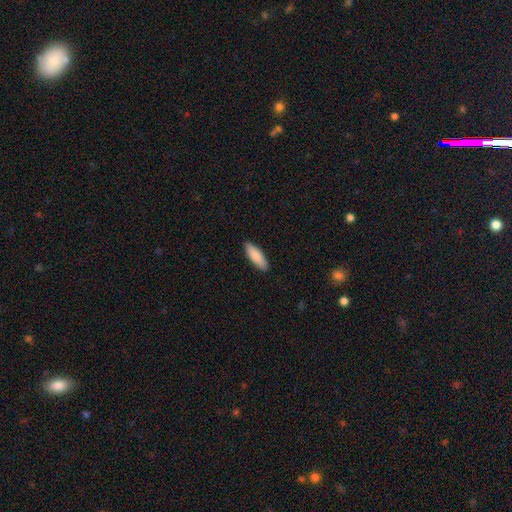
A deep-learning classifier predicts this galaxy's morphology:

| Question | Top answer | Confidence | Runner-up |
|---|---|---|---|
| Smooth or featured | smooth | 86% | featured or disk (8%) |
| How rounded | in between | 56% | cigar-shaped (43%) |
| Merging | none | 90% | minor disturbance (8%) |